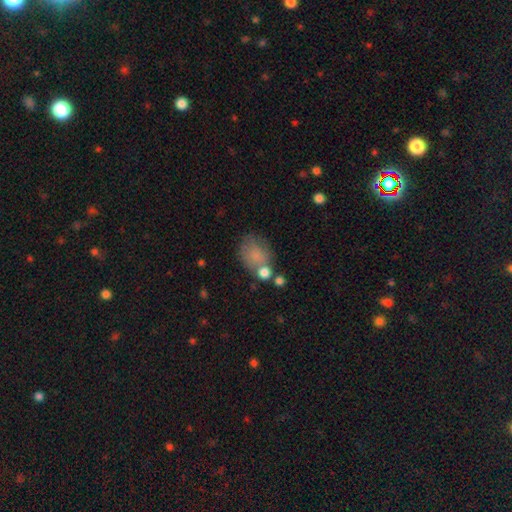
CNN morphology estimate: type=smooth (75%); roundness=round (52%); merging=none (48%).